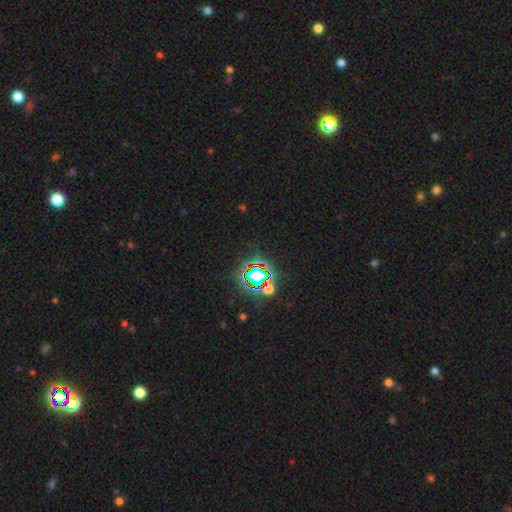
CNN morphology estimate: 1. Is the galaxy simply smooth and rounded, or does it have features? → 78% star or artifact, 14% smooth, 8% featured or disk.